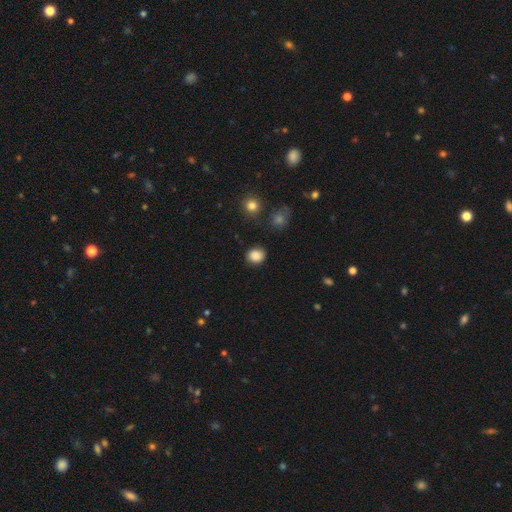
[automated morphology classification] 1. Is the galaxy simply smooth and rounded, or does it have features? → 86% smooth, 10% star or artifact, 4% featured or disk.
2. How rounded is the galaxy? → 71% round, 28% in between, 1% cigar-shaped.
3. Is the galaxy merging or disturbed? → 86% none, 9% minor disturbance, 3% major disturbance, 2% merger.